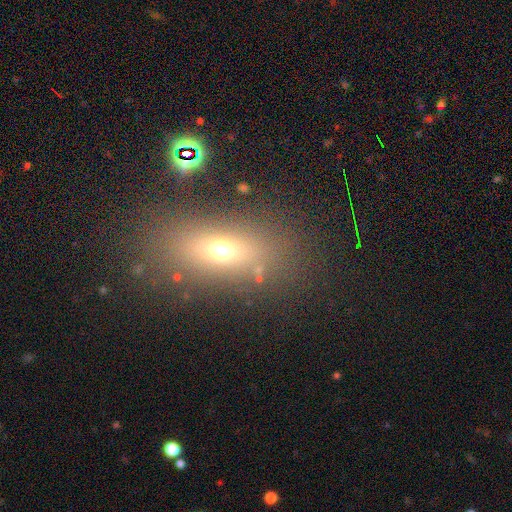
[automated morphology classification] Smooth or featured: smooth — 58% (star or artifact — 22%)
How rounded: in between — 67% (cigar-shaped — 17%)
Merging: none — 78% (minor disturbance — 11%)